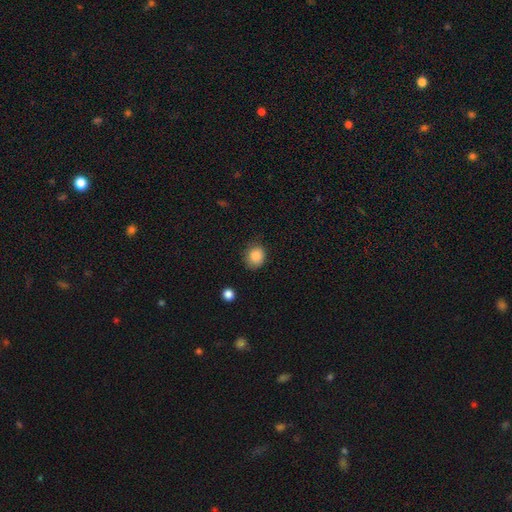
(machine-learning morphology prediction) smooth_or_featured: smooth (p=0.85) [alt: star or artifact p=0.09]
how_rounded: round (p=0.69) [alt: in between p=0.30]
merging: none (p=0.77) [alt: minor disturbance p=0.18]